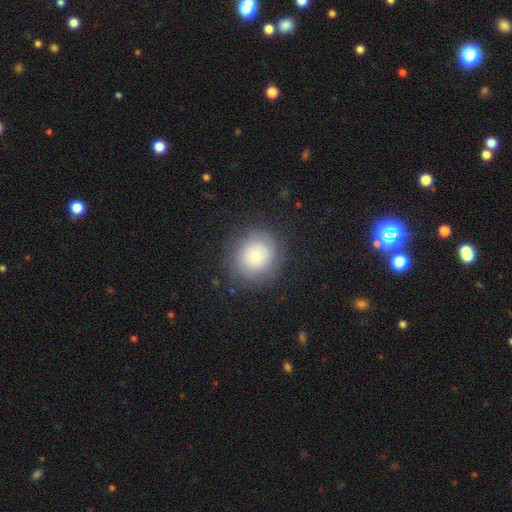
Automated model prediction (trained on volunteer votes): Smooth or featured?
  - smooth: 70% *
  - featured or disk: 20%
  - star or artifact: 10%
How rounded?
  - round: 85% *
  - in between: 14%
  - cigar-shaped: 1%
Merging?
  - none: 81% *
  - minor disturbance: 12%
  - major disturbance: 5%
  - merger: 1%